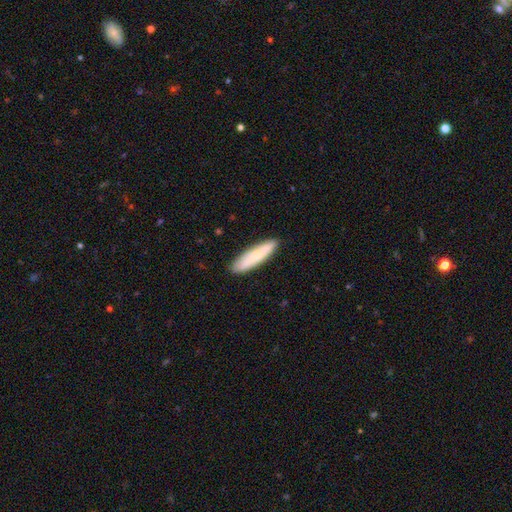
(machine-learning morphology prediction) Smooth or featured?
  - smooth: 76% *
  - featured or disk: 18%
  - star or artifact: 6%
How rounded?
  - cigar-shaped: 77% *
  - in between: 21%
  - round: 1%
Merging?
  - none: 88% *
  - minor disturbance: 9%
  - major disturbance: 2%
  - merger: 1%